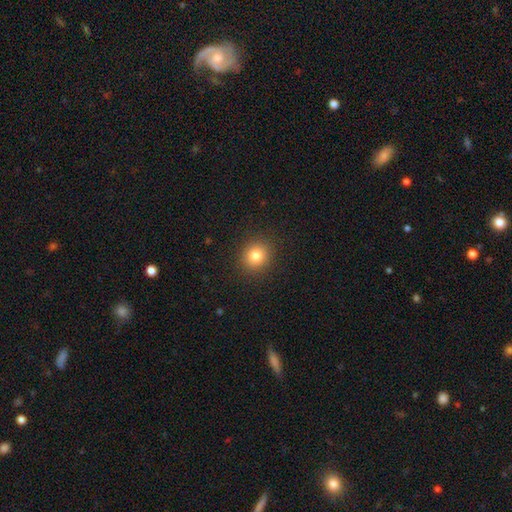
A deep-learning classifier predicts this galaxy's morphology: smooth-or-featured: smooth: 82% | star or artifact: 12% | featured or disk: 6%
  how-rounded: round: 80% | in between: 20% | cigar-shaped: 1%
  merging: none: 90% | minor disturbance: 7% | major disturbance: 2% | merger: 1%